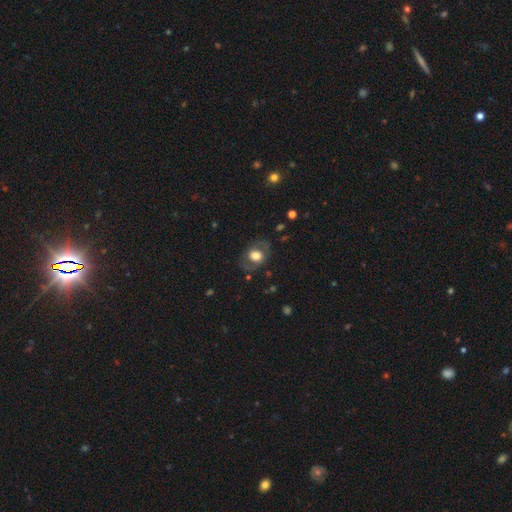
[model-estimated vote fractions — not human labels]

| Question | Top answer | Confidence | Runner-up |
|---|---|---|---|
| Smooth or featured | smooth | 52% | featured or disk (41%) |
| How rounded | in between | 53% | round (46%) |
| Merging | none | 71% | minor disturbance (16%) |